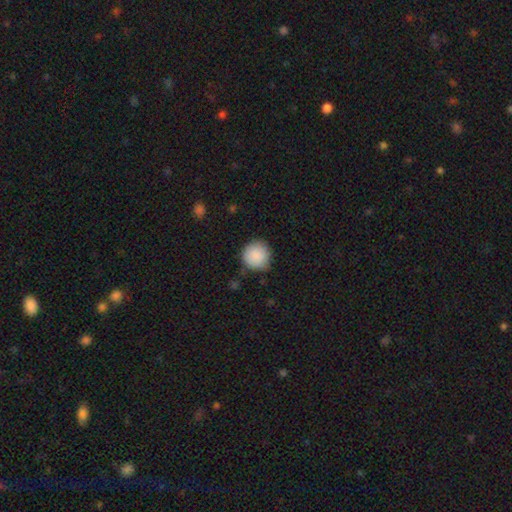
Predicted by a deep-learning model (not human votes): Smooth or featured? Predicted: smooth (p=0.89). How rounded? Predicted: round (p=0.93). Merging? Predicted: none (p=0.80).